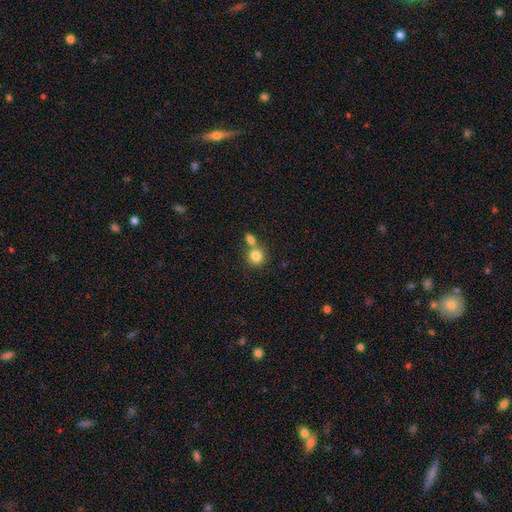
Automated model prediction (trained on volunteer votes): Smooth or featured? Predicted: smooth (p=0.82). How rounded? Predicted: round (p=0.84). Merging? Predicted: none (p=0.48).